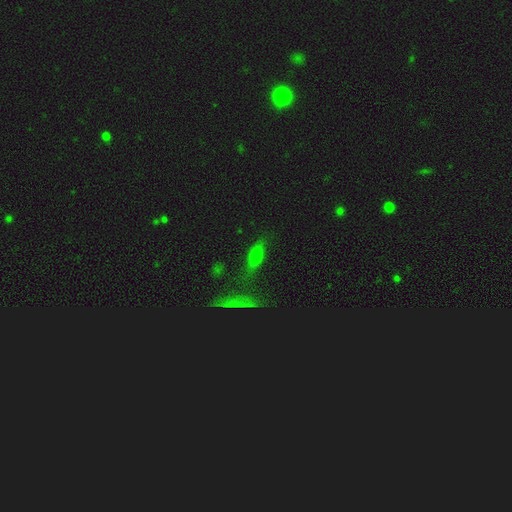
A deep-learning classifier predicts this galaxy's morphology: smooth_or_featured: smooth (p=0.63) [alt: featured or disk p=0.22]
how_rounded: in between (p=0.59) [alt: cigar-shaped p=0.35]
merging: none (p=0.74) [alt: minor disturbance p=0.15]